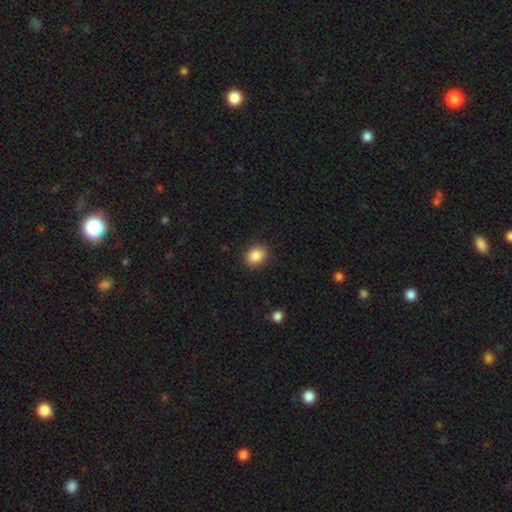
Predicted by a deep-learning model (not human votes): Overall: smooth (88%). How rounded: in between (51%; round 48%). Merging: none (89%).